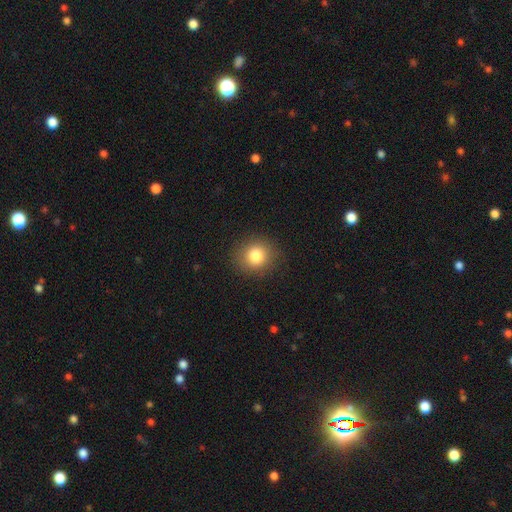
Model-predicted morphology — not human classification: Smooth or featured?
  - smooth: 82% *
  - star or artifact: 11%
  - featured or disk: 7%
How rounded?
  - round: 81% *
  - in between: 18%
  - cigar-shaped: 1%
Merging?
  - none: 89% *
  - minor disturbance: 8%
  - major disturbance: 3%
  - merger: 1%